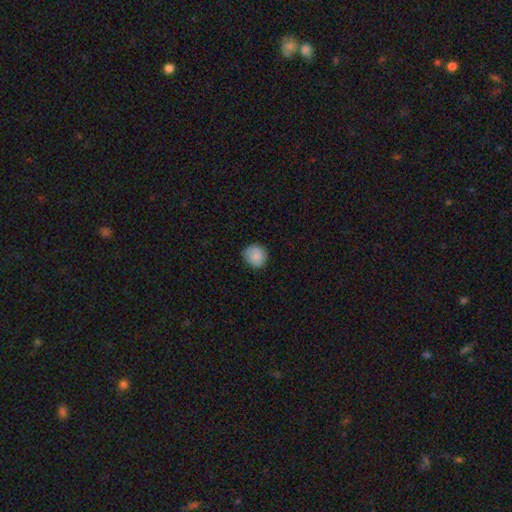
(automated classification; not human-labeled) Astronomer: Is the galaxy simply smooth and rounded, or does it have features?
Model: smooth — 77%.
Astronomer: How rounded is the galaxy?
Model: round — 84%.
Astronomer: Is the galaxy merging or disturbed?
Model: none — 80%.